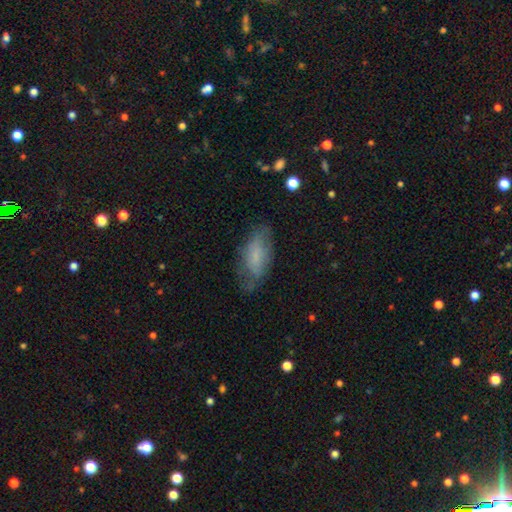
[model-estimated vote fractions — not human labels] smooth_or_featured: smooth (p=0.67) [alt: featured or disk p=0.25]
how_rounded: in between (p=0.83) [alt: cigar-shaped p=0.15]
merging: none (p=0.63) [alt: minor disturbance p=0.25]